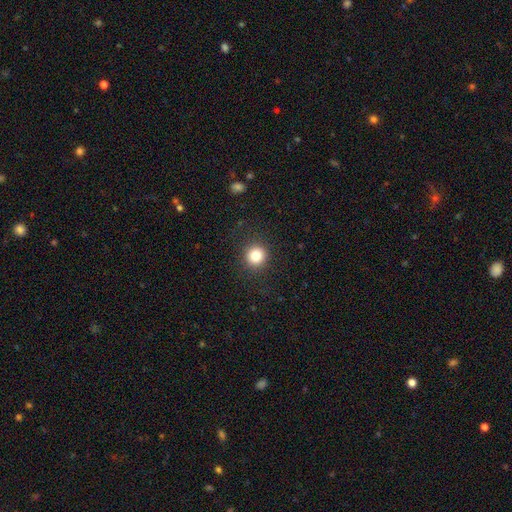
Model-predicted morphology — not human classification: Q: Smooth or featured?
A: smooth (82%); runner-up: star or artifact (12%)
Q: How rounded?
A: round (93%); runner-up: in between (6%)
Q: Merging?
A: none (90%); runner-up: minor disturbance (6%)